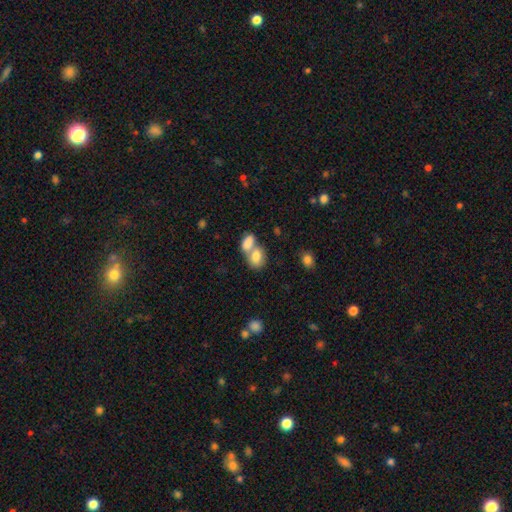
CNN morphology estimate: type=smooth (81%); roundness=in between (79%); merging=merger (63%).